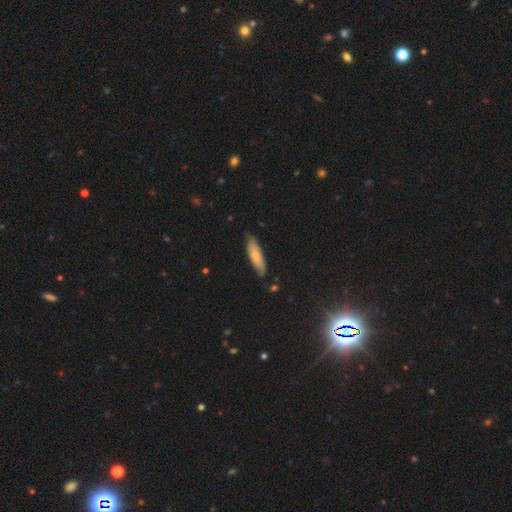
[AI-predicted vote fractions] Smooth or featured? smooth (72%)
How rounded? cigar-shaped (64%)
Merging? none (78%)